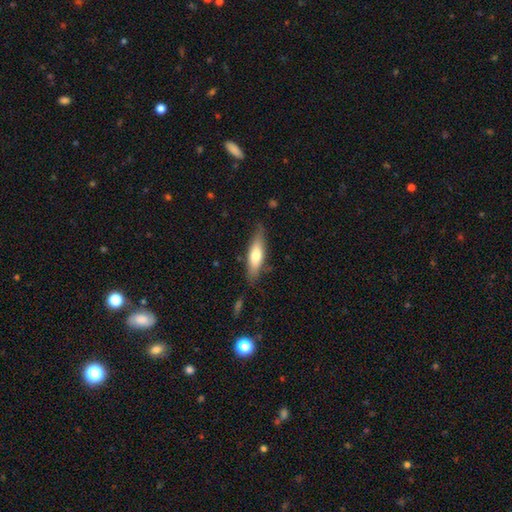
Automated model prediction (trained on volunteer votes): The model was most divided on "how rounded": cigar-shaped: 60%, in between: 38%, round: 2%. More confident: merging — none (78%); smooth or featured — smooth (63%).